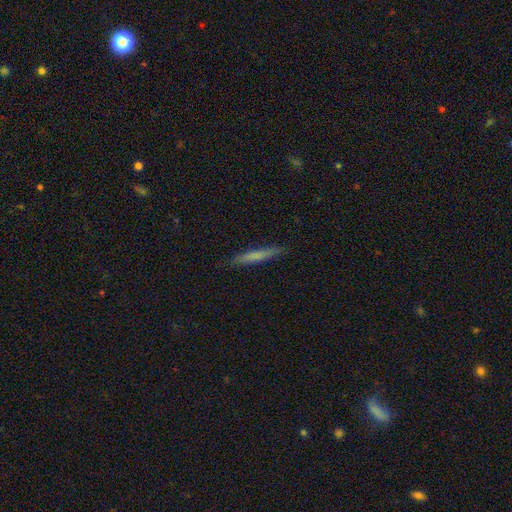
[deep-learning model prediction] A smooth galaxy with no disk features (66%) that is cigar-shaped (95%). Merging: none (88%).